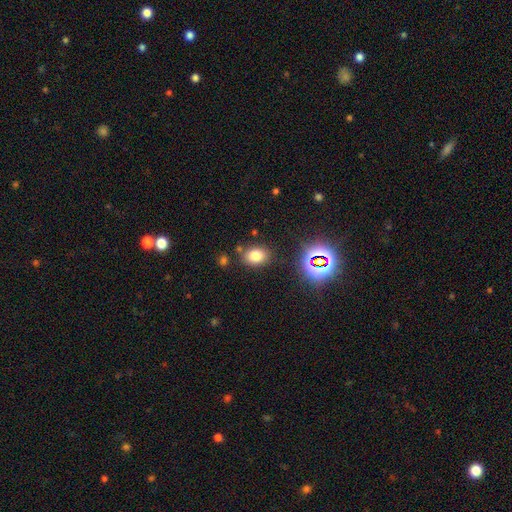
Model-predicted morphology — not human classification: Q: Smooth or featured?
A: smooth (75%); runner-up: star or artifact (17%)
Q: How rounded?
A: in between (66%); runner-up: round (33%)
Q: Merging?
A: none (79%); runner-up: minor disturbance (12%)